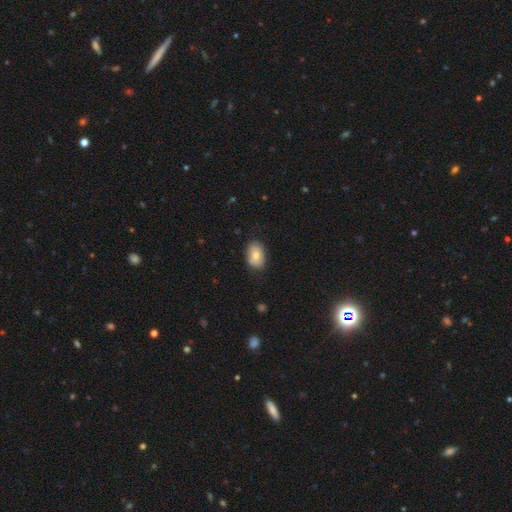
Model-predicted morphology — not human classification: This is likely a smooth galaxy (76%). How rounded: clearly in between (86%). Merging: likely none (79%).